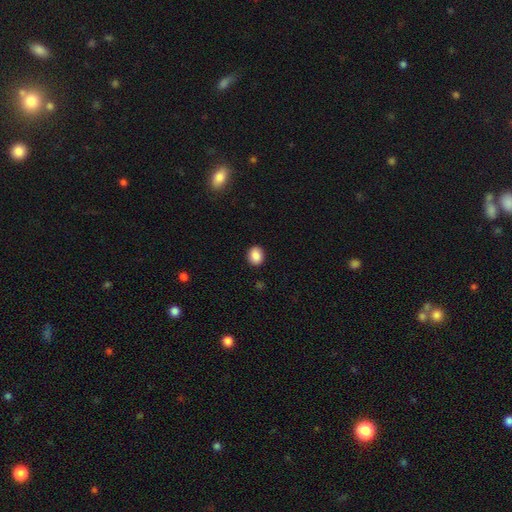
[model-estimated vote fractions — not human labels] Morphology: type=smooth (88%); roundness=round (61%); merging=none (90%).